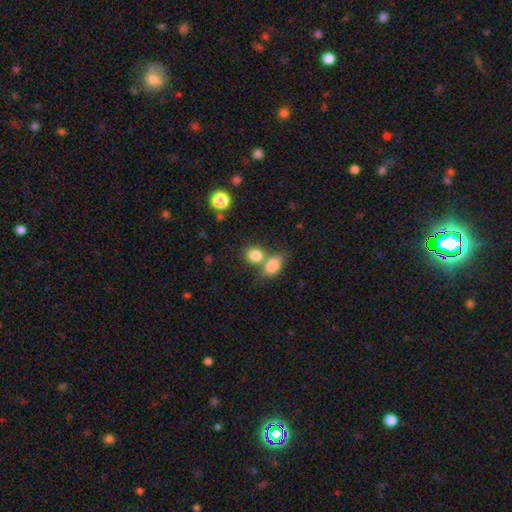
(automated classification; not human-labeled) Smooth or featured: smooth — 83% (star or artifact — 9%)
How rounded: round — 58% (in between — 41%)
Merging: merger — 44% (tied with none — 44%)